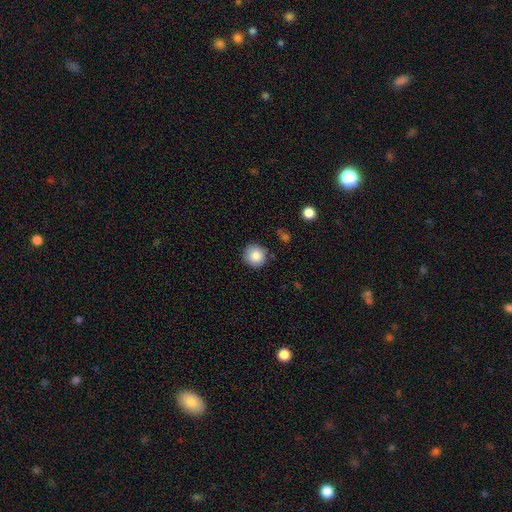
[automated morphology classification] A smooth galaxy with no disk features (86%) that is round (93%).

Vote fractions:
- Smooth or featured? smooth: 86% / star or artifact: 9% / featured or disk: 5%
- How rounded? round: 93% / in between: 6% / cigar-shaped: 1%
- Merging? none: 86% / minor disturbance: 10% / major disturbance: 2% / merger: 2%